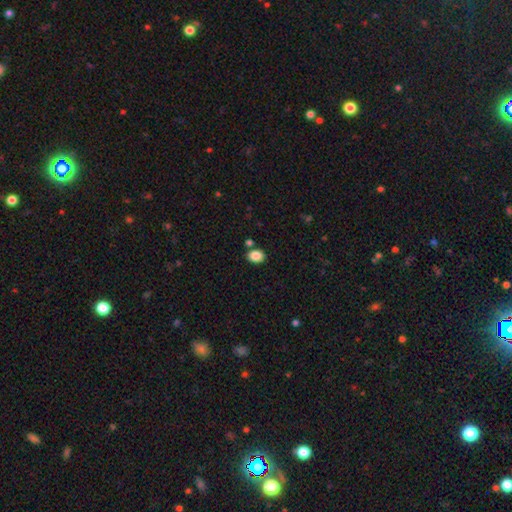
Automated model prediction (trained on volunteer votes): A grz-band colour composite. It shows a smooth galaxy with no disk features (87%) that is in between round and cigar-shaped (68%). Merging: none (78%).